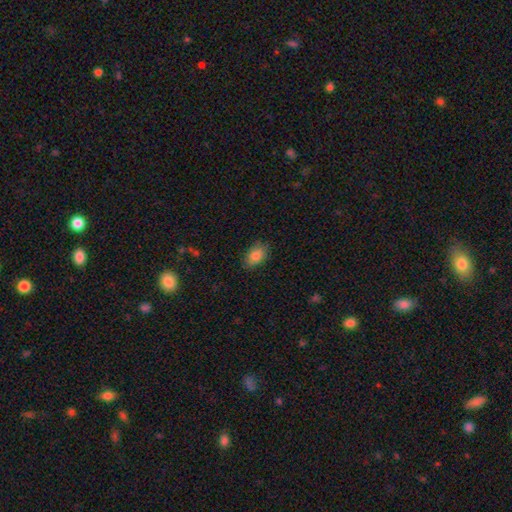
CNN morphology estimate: A smooth galaxy with no disk features (85%) that is in between round and cigar-shaped (87%). Merging: none (84%).